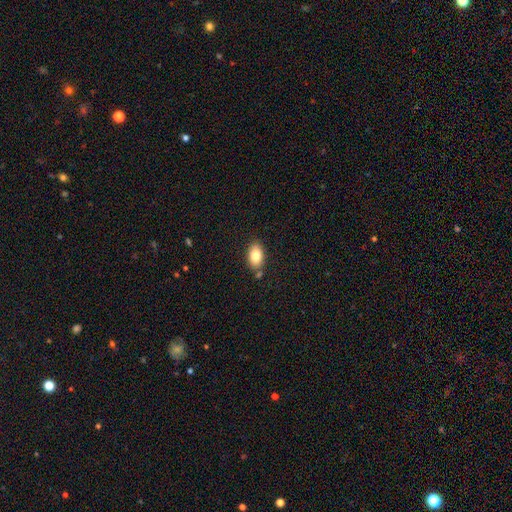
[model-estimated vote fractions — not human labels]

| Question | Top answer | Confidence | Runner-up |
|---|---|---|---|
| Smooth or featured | smooth | 80% | featured or disk (12%) |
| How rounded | in between | 89% | round (9%) |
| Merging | none | 81% | minor disturbance (12%) |